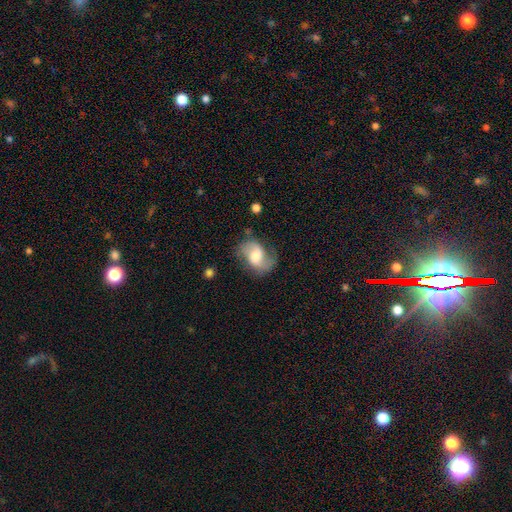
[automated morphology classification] Smooth or featured? featured or disk (66%)
Edge-on disk? no (97%)
Bar? weak (45%)
Spiral arms? yes (89%)
Spiral winding? loose (49%)
Spiral arm count? 2 (85%)
Bulge size? moderate (53%)
Merging? none (62%)